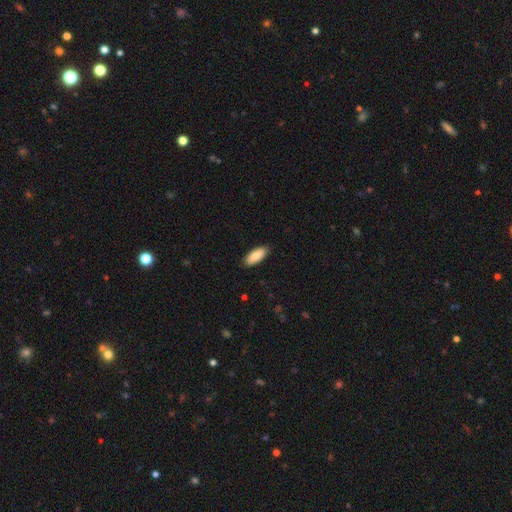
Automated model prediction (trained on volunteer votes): smooth_or_featured: smooth (p=0.81) [alt: featured or disk p=0.13]
how_rounded: in between (p=0.85) [alt: cigar-shaped p=0.13]
merging: none (p=0.88) [alt: minor disturbance p=0.09]